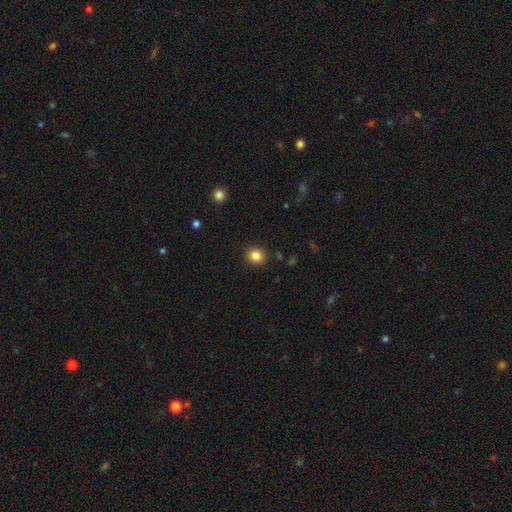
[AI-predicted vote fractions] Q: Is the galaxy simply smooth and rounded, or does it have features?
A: smooth — 85%.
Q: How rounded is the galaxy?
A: round — 77%.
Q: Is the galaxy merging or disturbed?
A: none — 90%.